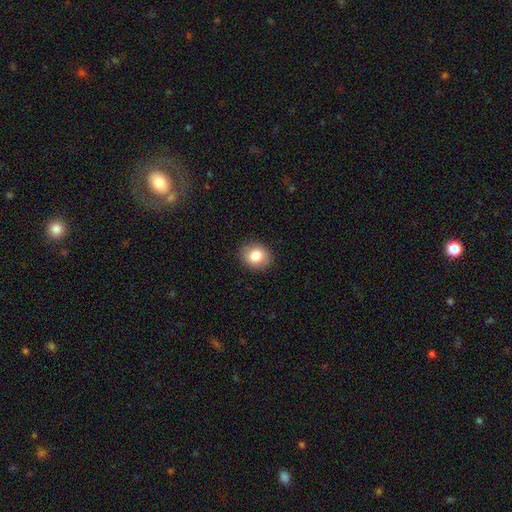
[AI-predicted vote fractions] The model was most divided on "how rounded": round: 66%, in between: 34%, cigar-shaped: 1%. More confident: merging — none (89%); smooth or featured — smooth (83%).